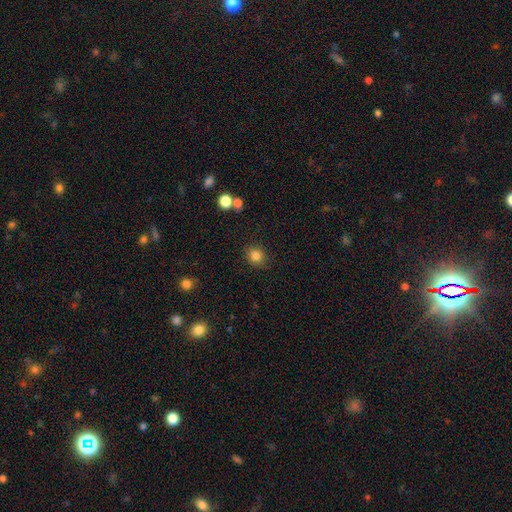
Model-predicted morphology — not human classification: Smooth or featured? Predicted: smooth (p=0.84). How rounded? Predicted: round (p=0.78). Merging? Predicted: none (p=0.86).